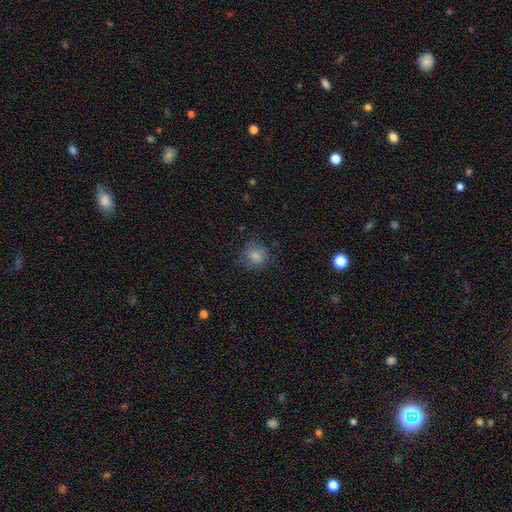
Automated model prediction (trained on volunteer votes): This appears to be a smooth galaxy with no disk features (81%) that is round (86%). Merging: none (73%).